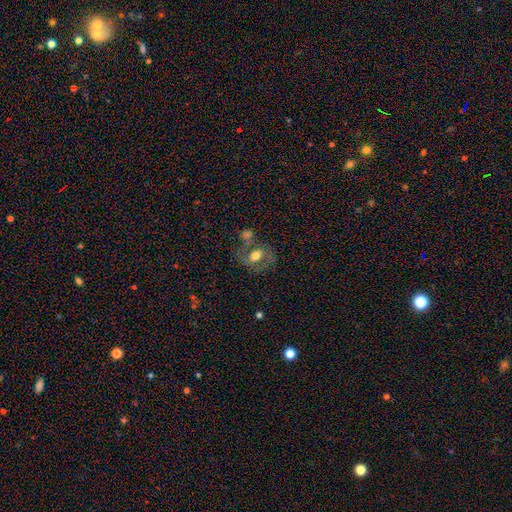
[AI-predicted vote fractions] smooth-or-featured: featured or disk: 51% | smooth: 39% | star or artifact: 10%
  disk-edge-on: no: 95% | yes: 5%
  merging: none: 49% | merger: 22% | minor disturbance: 17% | major disturbance: 12%